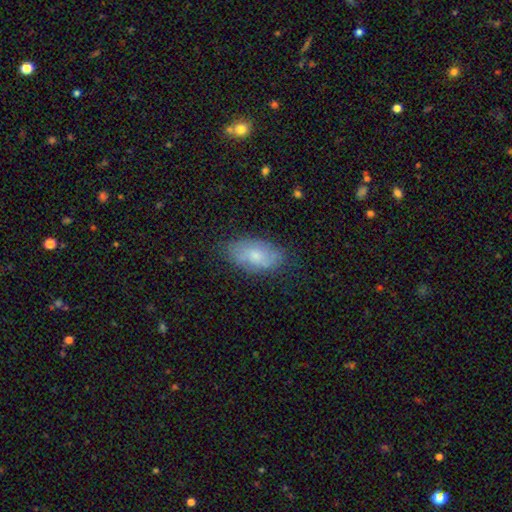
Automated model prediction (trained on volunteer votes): A smooth galaxy with no disk features (61%) that is in between round and cigar-shaped (92%).

Vote fractions:
- Smooth or featured? smooth: 61% / featured or disk: 32% / star or artifact: 7%
- How rounded? in between: 92% / round: 4% / cigar-shaped: 4%
- Merging? none: 75% / minor disturbance: 19% / major disturbance: 5% / merger: 1%